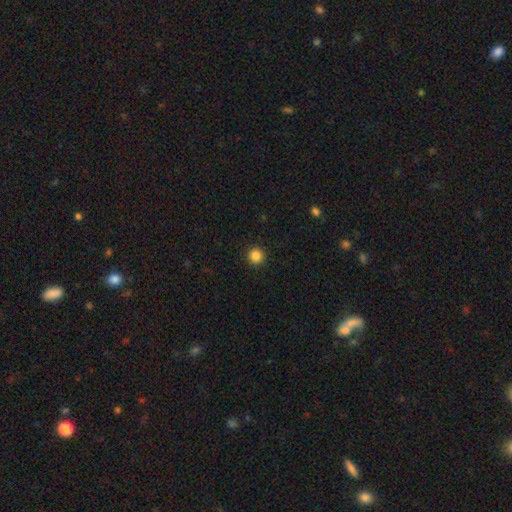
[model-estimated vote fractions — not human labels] Smooth or featured? Predicted: smooth (p=0.86). How rounded? Predicted: round (p=0.95). Merging? Predicted: none (p=0.93).